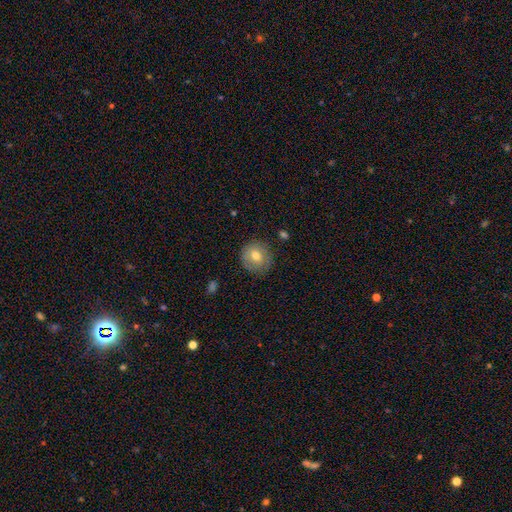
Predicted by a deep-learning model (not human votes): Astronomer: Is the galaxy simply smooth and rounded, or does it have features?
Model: smooth — 74%.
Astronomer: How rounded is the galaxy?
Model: round — 91%.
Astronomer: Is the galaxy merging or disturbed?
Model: none — 84%.